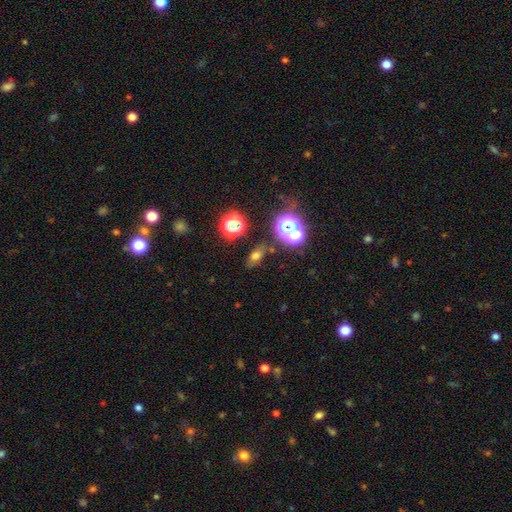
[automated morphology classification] Overall: smooth (58%; star or artifact 28%). How rounded: in between (72%). Merging: none (78%).